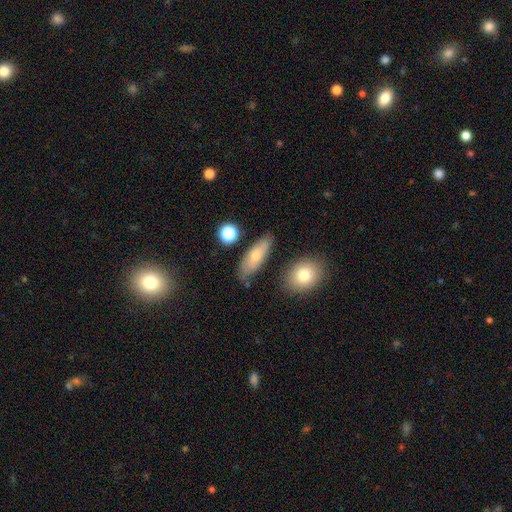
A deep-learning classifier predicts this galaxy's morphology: This is likely a smooth galaxy (68%). How rounded: likely in between (68%). Merging: likely none (76%).